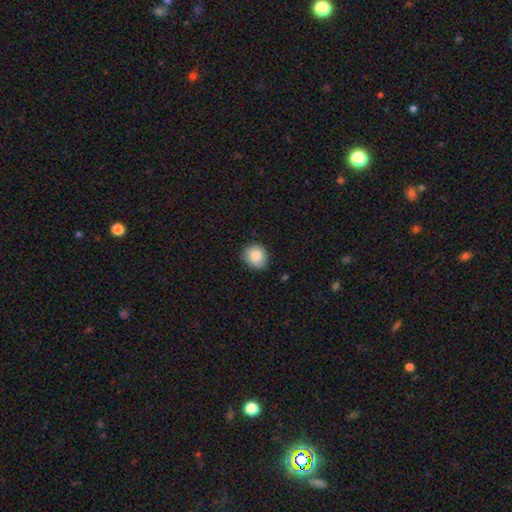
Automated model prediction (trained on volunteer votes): Morphology: type=smooth (86%); roundness=round (84%); merging=none (86%).